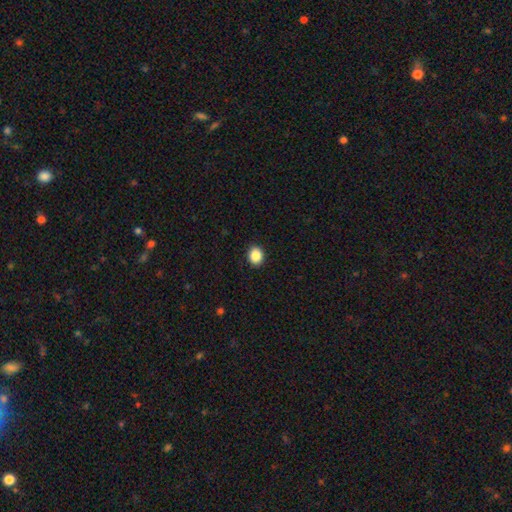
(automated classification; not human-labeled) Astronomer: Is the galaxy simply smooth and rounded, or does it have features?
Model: smooth — 87%.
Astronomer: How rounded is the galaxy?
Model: round — 55% (runner-up: in between, 44%).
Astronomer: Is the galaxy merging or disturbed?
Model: none — 91%.